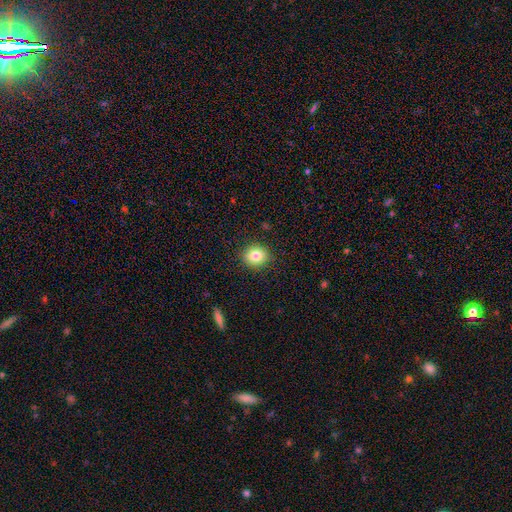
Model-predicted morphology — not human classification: smooth_or_featured: smooth (p=0.81) [alt: star or artifact p=0.10]
how_rounded: round (p=0.71) [alt: in between p=0.28]
merging: none (p=0.90) [alt: minor disturbance p=0.07]